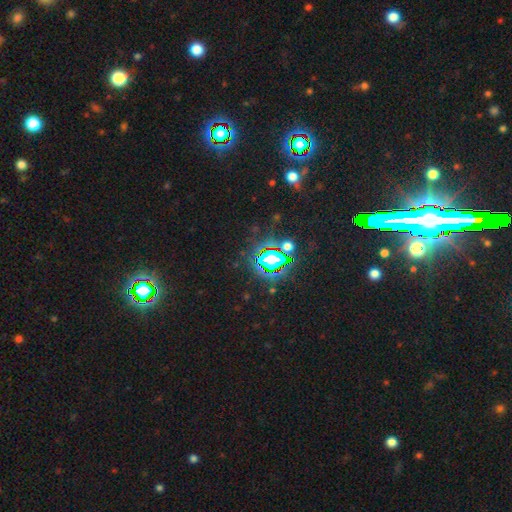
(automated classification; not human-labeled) Smooth or featured?
  - star or artifact: 82% *
  - smooth: 9%
  - featured or disk: 8%